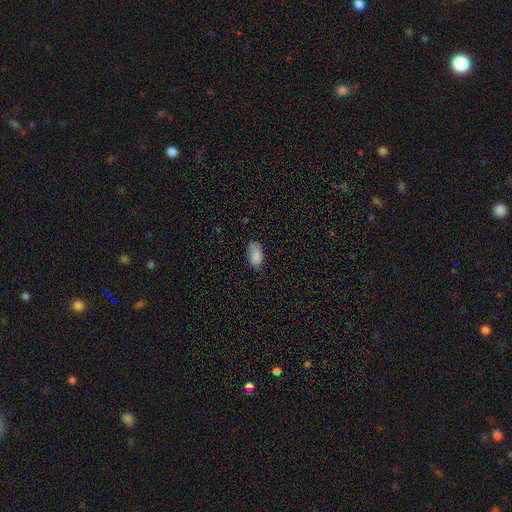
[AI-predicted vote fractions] This appears to be a smooth galaxy with no disk features (86%) that is in between round and cigar-shaped (93%). Merging: none (66%).